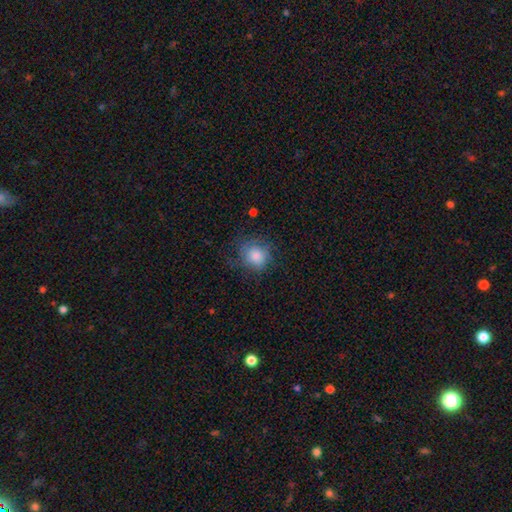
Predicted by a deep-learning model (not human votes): Smooth or featured? Predicted: smooth (p=0.74). How rounded? Predicted: round (p=0.83). Merging? Predicted: none (p=0.67).